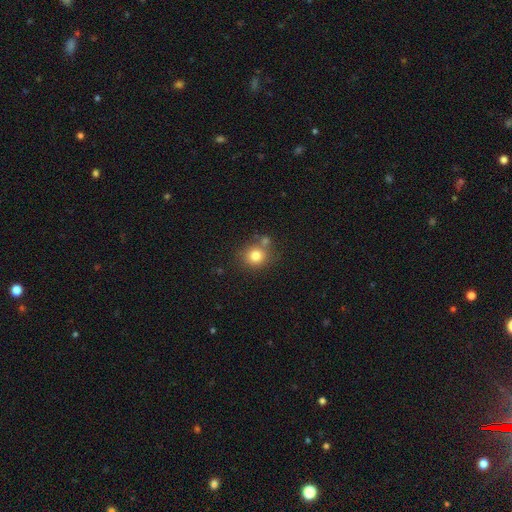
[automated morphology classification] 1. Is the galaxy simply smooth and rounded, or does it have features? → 80% smooth, 12% star or artifact, 9% featured or disk.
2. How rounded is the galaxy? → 84% round, 15% in between, 1% cigar-shaped.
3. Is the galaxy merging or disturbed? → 66% none, 19% merger, 12% minor disturbance, 4% major disturbance.